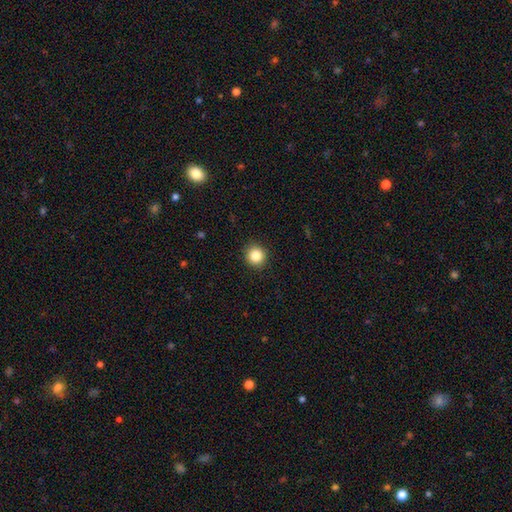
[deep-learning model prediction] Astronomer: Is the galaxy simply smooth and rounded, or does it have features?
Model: smooth — 85%.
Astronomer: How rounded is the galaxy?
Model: round — 93%.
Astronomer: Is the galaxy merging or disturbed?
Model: none — 92%.